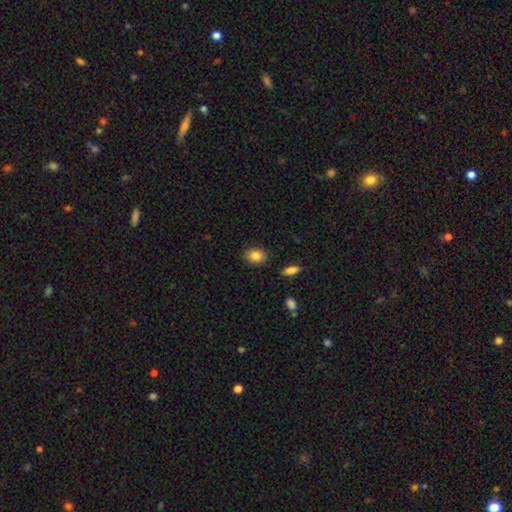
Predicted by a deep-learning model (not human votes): A smooth galaxy with no disk features (85%) that is in between round and cigar-shaped (63%). Merging: none (85%).